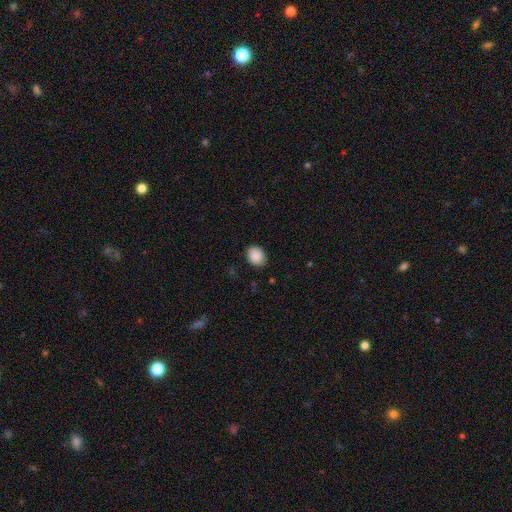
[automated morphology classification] This is clearly a smooth galaxy (89%). How rounded: possibly round (54%). Merging: clearly none (82%).